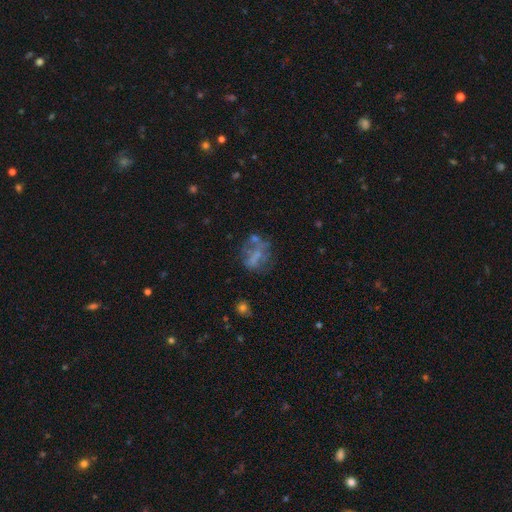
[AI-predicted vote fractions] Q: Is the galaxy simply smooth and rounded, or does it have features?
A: featured or disk — 45%.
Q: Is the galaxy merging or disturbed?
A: none — 41%.